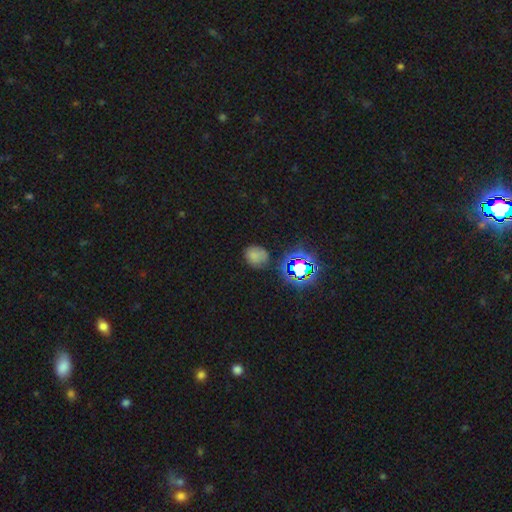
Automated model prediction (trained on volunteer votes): Morphology: type=smooth (62%); roundness=round (70%); merging=none (68%).